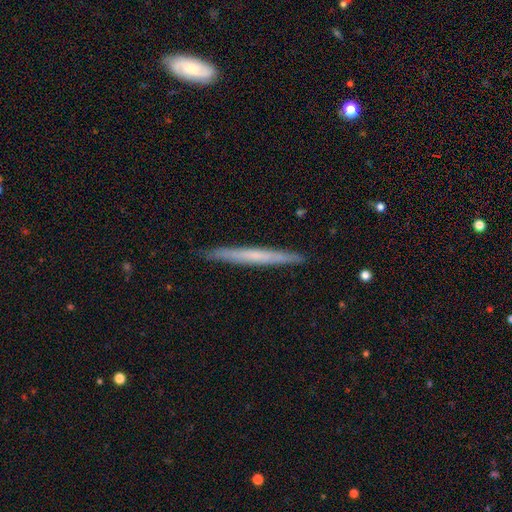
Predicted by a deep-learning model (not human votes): A smooth galaxy with no disk features (47%, tied with featured or disk).

Vote fractions:
- Smooth or featured? smooth: 47% (tied) / featured or disk: 47% (tied) / star or artifact: 6%
- Merging? none: 91% / minor disturbance: 7% / major disturbance: 1% / merger: 1%